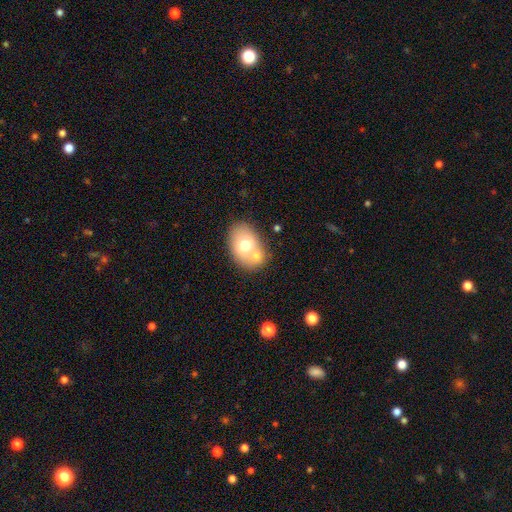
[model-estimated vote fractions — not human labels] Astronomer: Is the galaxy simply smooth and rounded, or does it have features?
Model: smooth — 66%.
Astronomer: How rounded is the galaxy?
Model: in between — 74%.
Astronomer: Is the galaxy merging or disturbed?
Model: none — 45% (runner-up: merger, 39%).